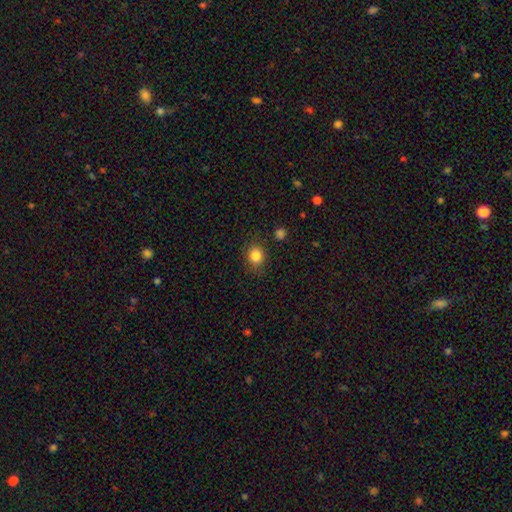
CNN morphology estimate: smooth_or_featured: smooth (p=0.85) [alt: star or artifact p=0.10]
how_rounded: round (p=0.66) [alt: in between p=0.33]
merging: none (p=0.83) [alt: minor disturbance p=0.11]